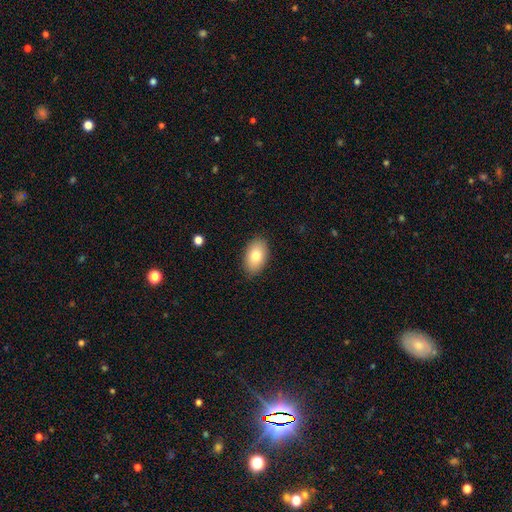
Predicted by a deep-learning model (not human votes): Smooth or featured?
  - smooth: 80% *
  - featured or disk: 13%
  - star or artifact: 7%
How rounded?
  - in between: 92% *
  - round: 7%
  - cigar-shaped: 1%
Merging?
  - none: 88% *
  - minor disturbance: 9%
  - major disturbance: 2%
  - merger: 1%